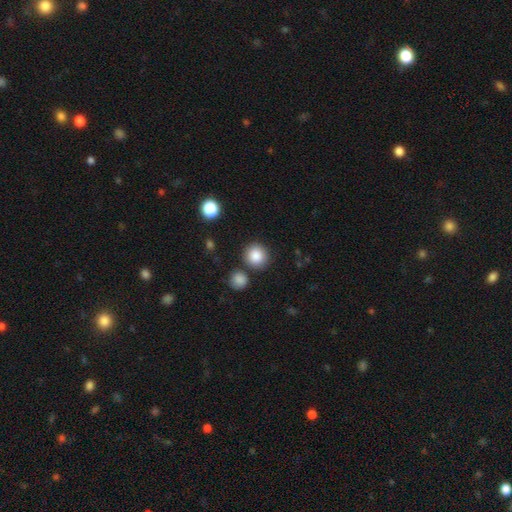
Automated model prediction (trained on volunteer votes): A smooth galaxy with no disk features (87%) that is round (90%). Merging: none (81%).